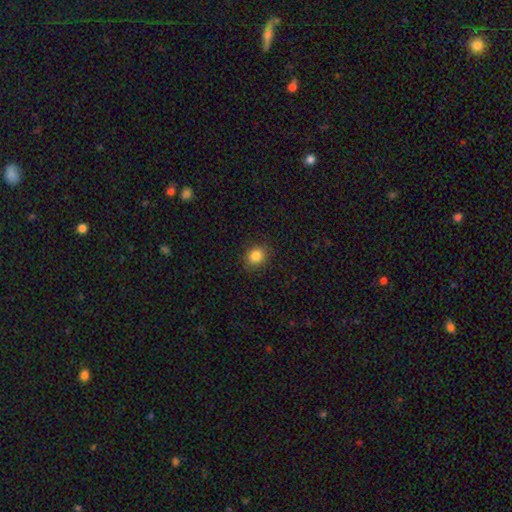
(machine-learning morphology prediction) This appears to be a smooth galaxy with no disk features (85%) that is round (68%). Merging: none (85%).